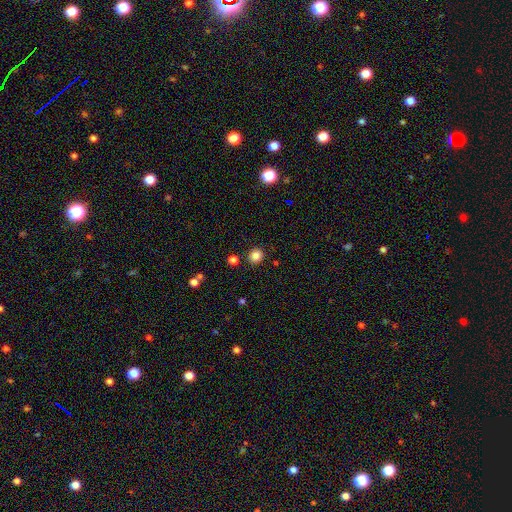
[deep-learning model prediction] This appears to be a smooth galaxy with no disk features (84%) that is round (79%). Merging: none (87%).